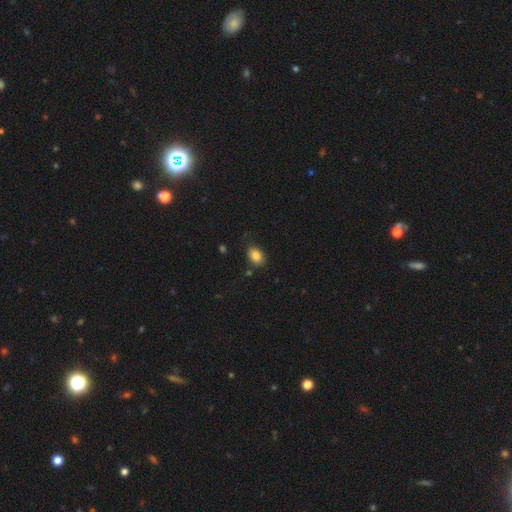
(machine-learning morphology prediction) smooth-or-featured: smooth: 84% | star or artifact: 9% | featured or disk: 7%
  how-rounded: in between: 78% | round: 21% | cigar-shaped: 1%
  merging: none: 81% | minor disturbance: 13% | merger: 3% | major disturbance: 3%